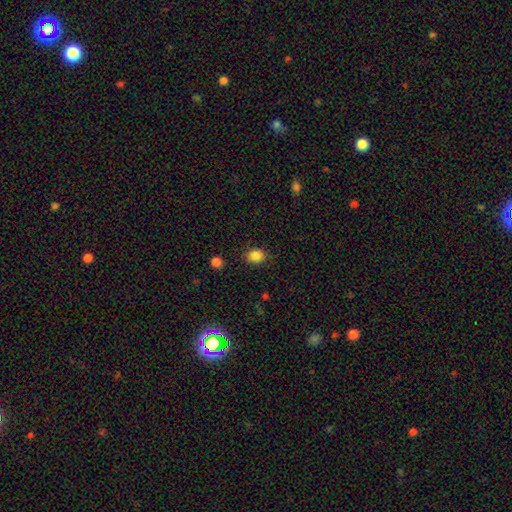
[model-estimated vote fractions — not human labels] Q: Smooth or featured?
A: smooth (86%); runner-up: star or artifact (10%)
Q: How rounded?
A: round (53%); runner-up: in between (47%)
Q: Merging?
A: none (84%); runner-up: minor disturbance (11%)